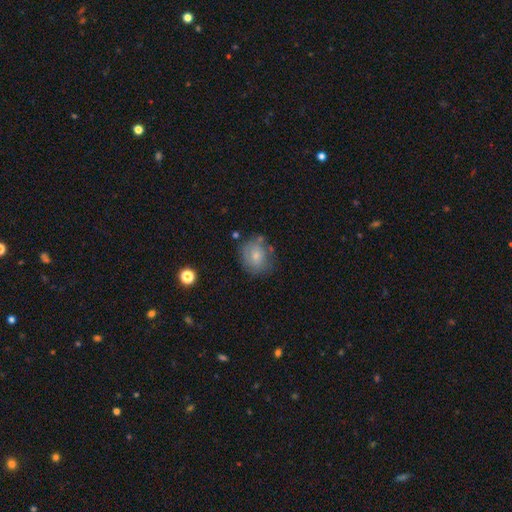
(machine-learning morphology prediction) This appears to be a smooth galaxy with no disk features (67%) that is round (63%). Merging: none (62%).